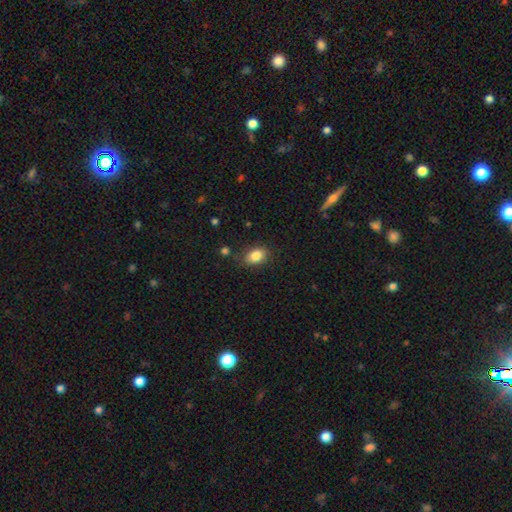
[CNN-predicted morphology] This appears to be a smooth galaxy with no disk features (85%) that is in between round and cigar-shaped (82%). Merging: none (81%).